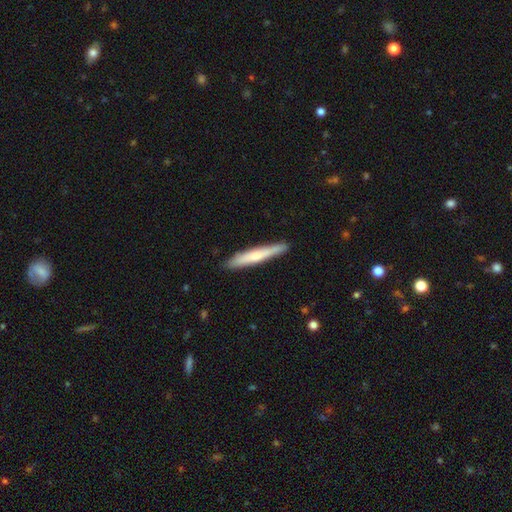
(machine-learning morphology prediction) This is possibly a smooth galaxy (60%). How rounded: clearly cigar-shaped (95%). Merging: clearly none (87%).